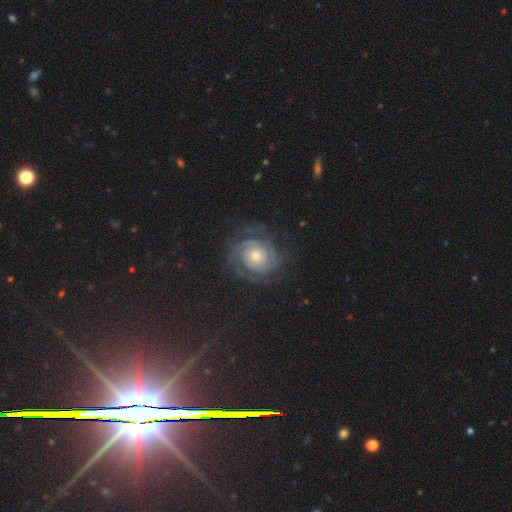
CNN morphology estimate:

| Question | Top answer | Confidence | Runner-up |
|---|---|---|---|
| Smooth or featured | featured or disk | 76% | star or artifact (14%) |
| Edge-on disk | no | 98% | yes (2%) |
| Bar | no | 80% | weak (15%) |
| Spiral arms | yes | 95% | no (5%) |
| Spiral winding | tight | 74% | medium (20%) |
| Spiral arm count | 2 | 37% | can't tell (25%) |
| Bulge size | moderate | 52% | small (36%) |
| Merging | none | 77% | minor disturbance (13%) |